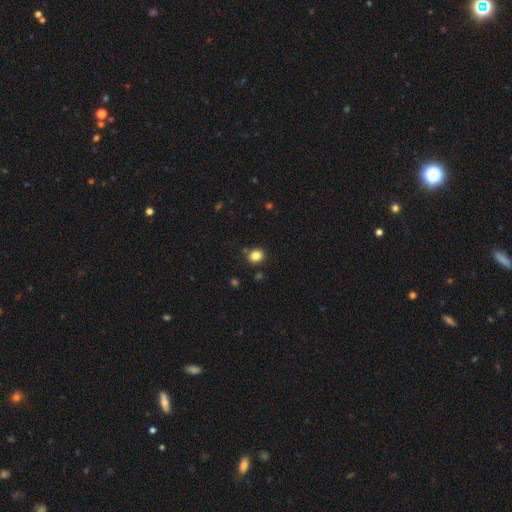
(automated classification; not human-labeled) Q: Smooth or featured?
A: smooth (84%); runner-up: star or artifact (11%)
Q: How rounded?
A: round (74%); runner-up: in between (25%)
Q: Merging?
A: none (84%); runner-up: minor disturbance (10%)